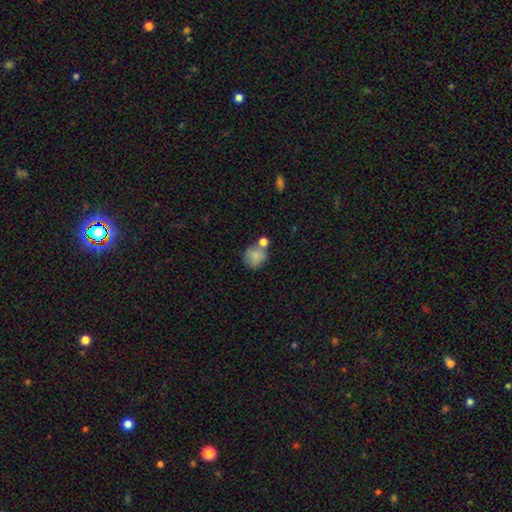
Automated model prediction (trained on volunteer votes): Smooth or featured? Predicted: smooth (p=0.82). How rounded? Predicted: round (p=0.79). Merging? Predicted: none (p=0.52).